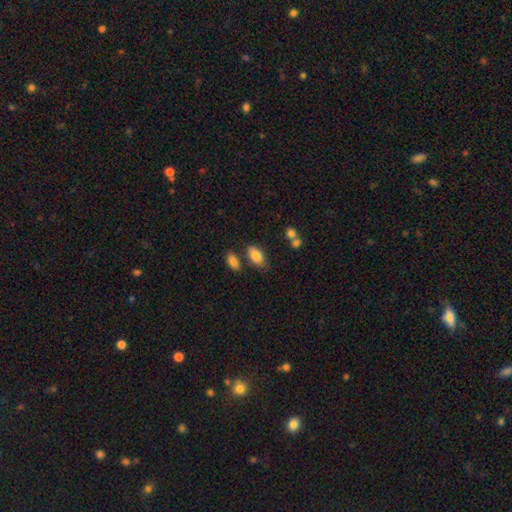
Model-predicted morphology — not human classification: smooth-or-featured: smooth: 84% | featured or disk: 9% | star or artifact: 7%
  how-rounded: in between: 92% | round: 4% | cigar-shaped: 4%
  merging: none: 67% | minor disturbance: 16% | merger: 13% | major disturbance: 4%